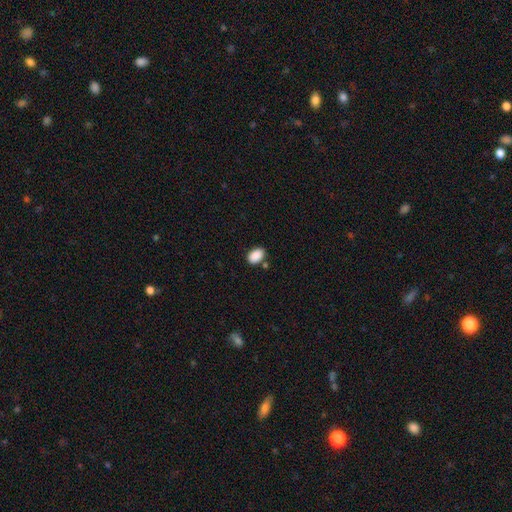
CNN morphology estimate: Smooth or featured: smooth — 89% (star or artifact — 8%)
How rounded: in between — 88% (round — 10%)
Merging: none — 77% (minor disturbance — 14%)